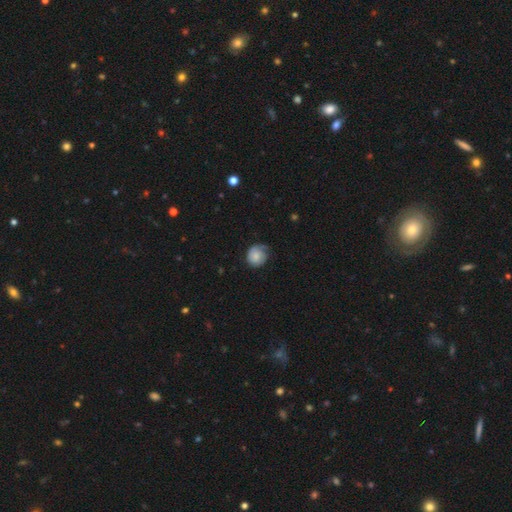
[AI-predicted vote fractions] Smooth or featured? Predicted: smooth (p=0.67). How rounded? Predicted: round (p=0.83). Merging? Predicted: none (p=0.56).